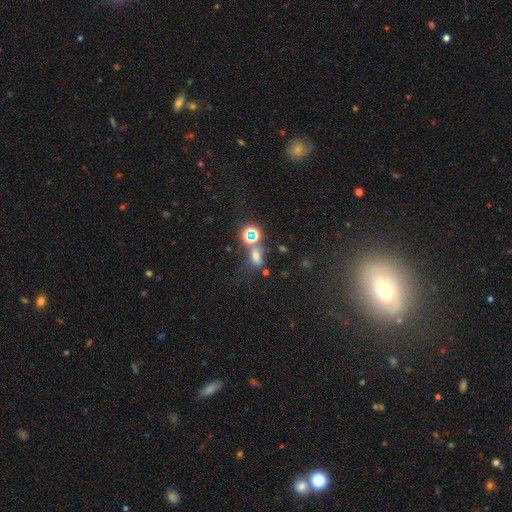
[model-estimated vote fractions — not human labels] The model was most divided on "smooth or featured": smooth: 52%, star or artifact: 36%, featured or disk: 12%. More confident: how rounded — in between (70%); merging — none (52%).